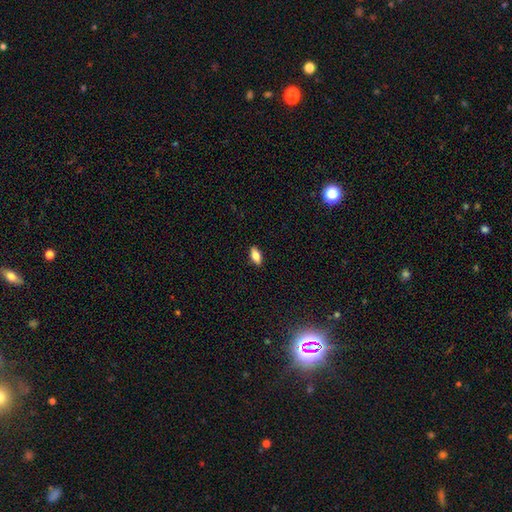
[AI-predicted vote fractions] This appears to be a smooth galaxy with no disk features (78%) that is in between round and cigar-shaped (86%). Merging: none (90%).